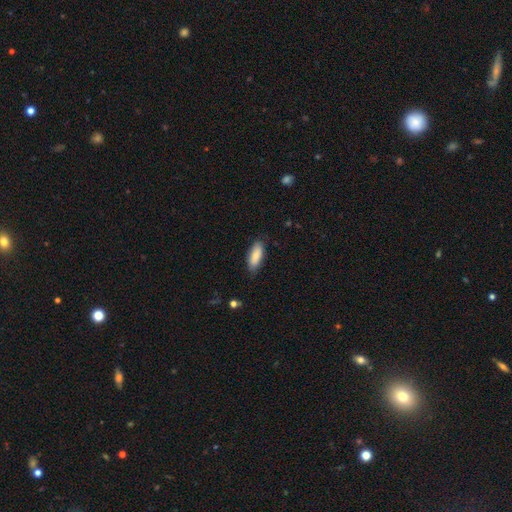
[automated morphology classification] type=smooth (84%); roundness=in between (73%); merging=none (83%).